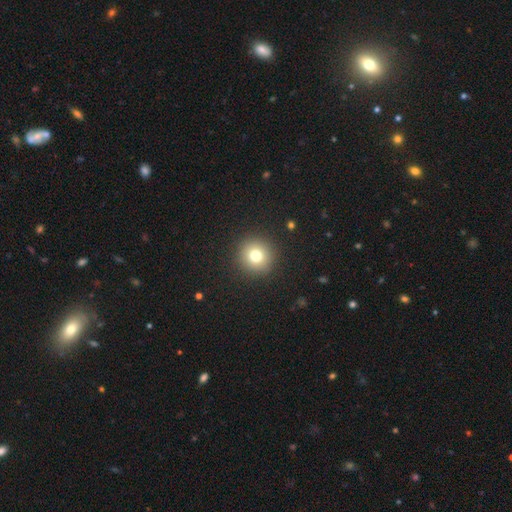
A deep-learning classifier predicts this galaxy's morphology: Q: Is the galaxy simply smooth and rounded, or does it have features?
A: smooth — 77%.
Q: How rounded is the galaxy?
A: round — 95%.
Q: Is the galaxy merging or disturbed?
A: none — 92%.